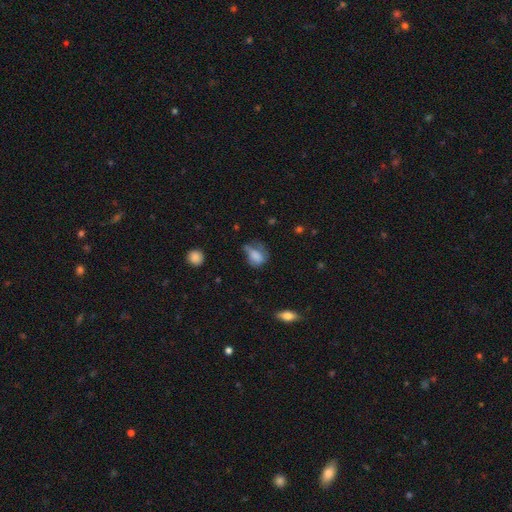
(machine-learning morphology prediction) Q: Smooth or featured?
A: smooth (76%); runner-up: featured or disk (14%)
Q: How rounded?
A: in between (66%); runner-up: round (32%)
Q: Merging?
A: none (34%); tied with: minor disturbance (34%)